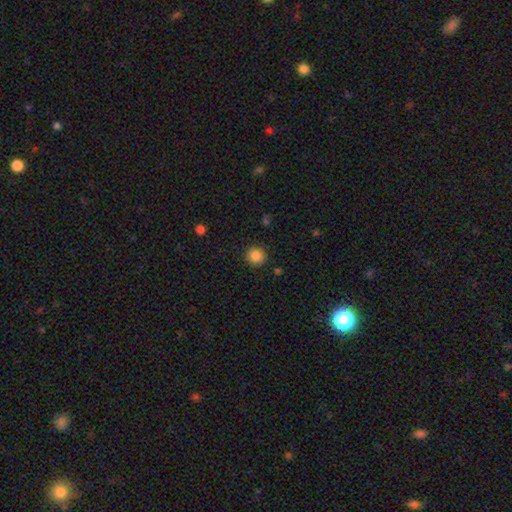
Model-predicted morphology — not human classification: A smooth galaxy with no disk features (86%) that is round (94%). Merging: none (91%).